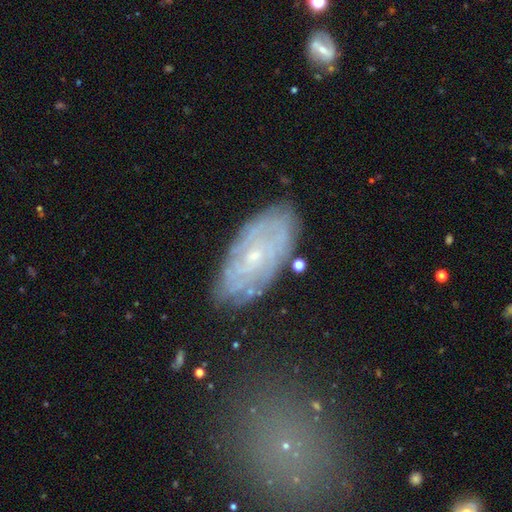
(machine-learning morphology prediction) Overall: featured or disk (72%). Edge-on disk: no (92%). Bar: no (70%). Spiral arms: yes (83%). Spiral arm count: can't tell (59%). Spiral winding: tight (73%). Bulge size: small (80%). Merging: none (79%).